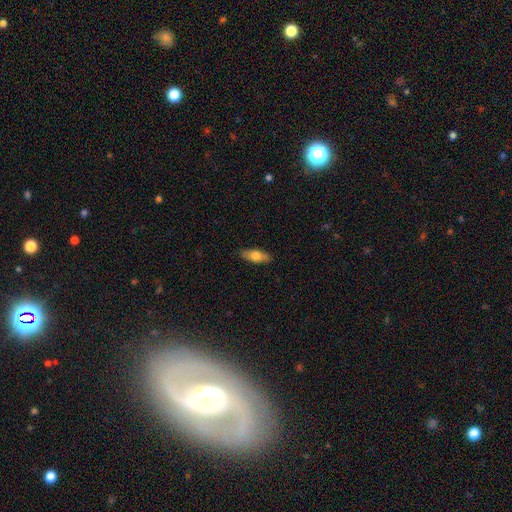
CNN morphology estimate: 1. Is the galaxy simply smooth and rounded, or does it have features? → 68% smooth, 26% featured or disk, 6% star or artifact.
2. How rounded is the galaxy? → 66% in between, 31% cigar-shaped, 3% round.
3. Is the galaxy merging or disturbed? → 88% none, 9% minor disturbance, 2% major disturbance, 1% merger.